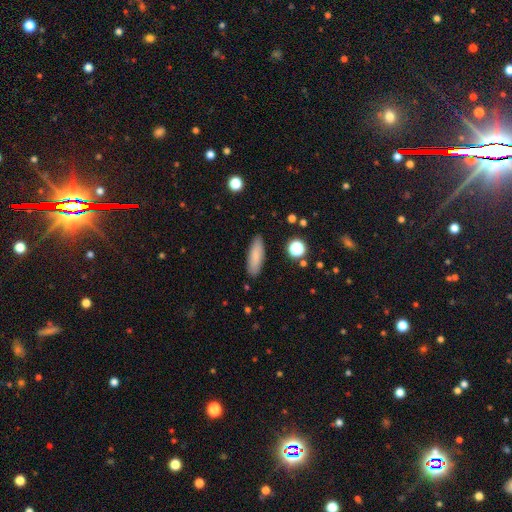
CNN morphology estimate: Smooth or featured? Predicted: smooth (p=0.84). How rounded? Predicted: in between (p=0.49, tied with cigar-shaped). Merging? Predicted: none (p=0.88).